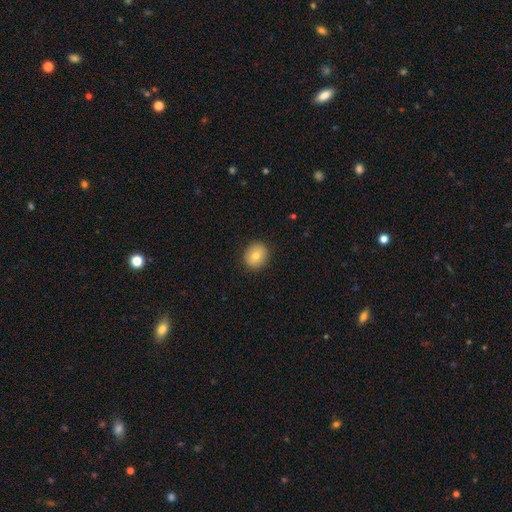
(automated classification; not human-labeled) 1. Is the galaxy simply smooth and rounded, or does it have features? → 79% smooth, 12% featured or disk, 9% star or artifact.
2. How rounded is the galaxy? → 79% round, 20% in between, 1% cigar-shaped.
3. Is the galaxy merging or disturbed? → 90% none, 7% minor disturbance, 2% major disturbance, 1% merger.